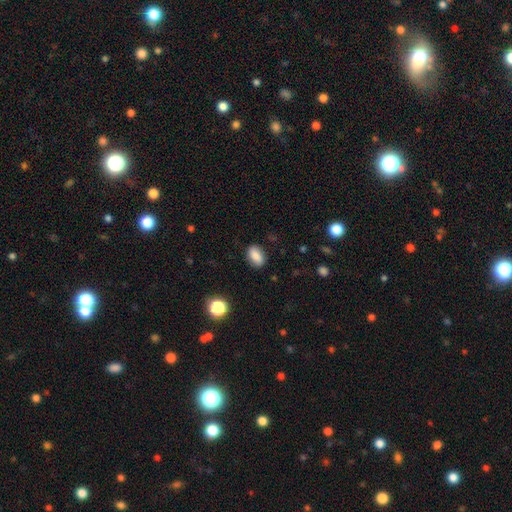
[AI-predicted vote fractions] The model was most divided on "how rounded": in between: 85%, round: 12%, cigar-shaped: 4%. More confident: merging — none (85%); smooth or featured — smooth (83%).